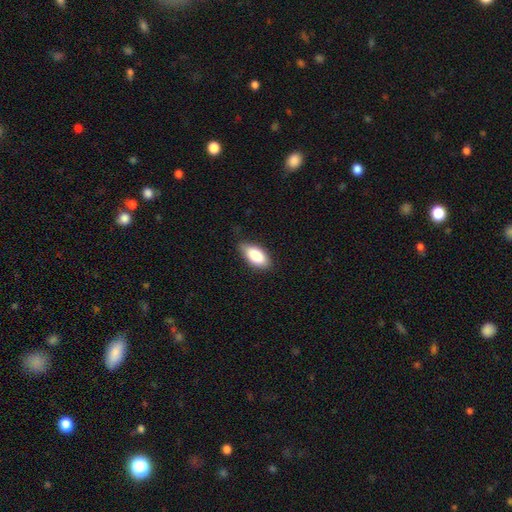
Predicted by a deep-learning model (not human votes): Smooth or featured: smooth — 85% (featured or disk — 9%)
How rounded: in between — 91% (cigar-shaped — 6%)
Merging: none — 76% (minor disturbance — 20%)